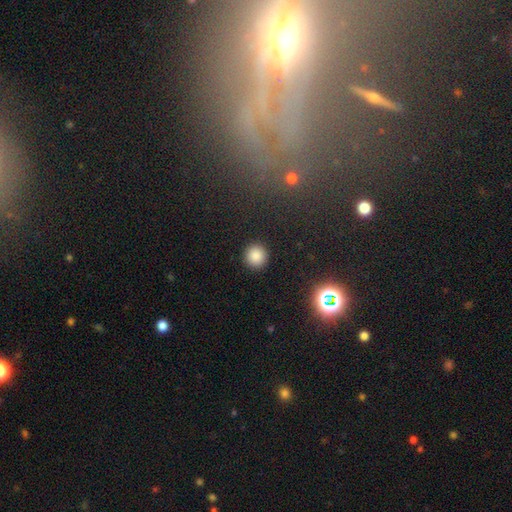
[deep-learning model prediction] Overall: smooth (86%). How rounded: round (94%). Merging: none (92%).